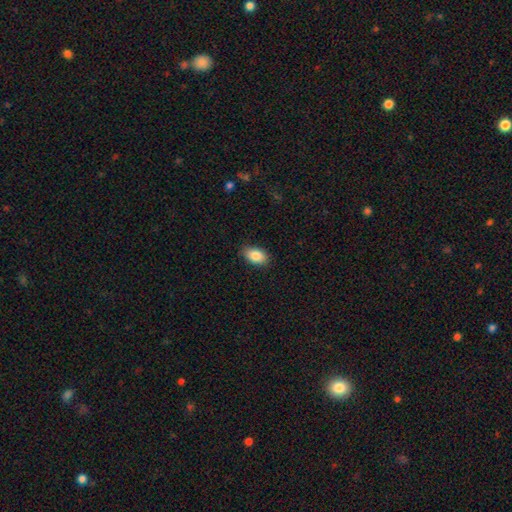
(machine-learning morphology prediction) This is clearly a smooth galaxy (86%). How rounded: clearly in between (90%). Merging: clearly none (86%).